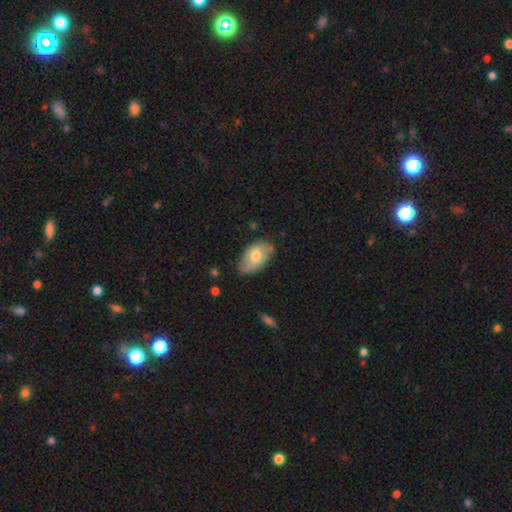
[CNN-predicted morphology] Smooth or featured? Predicted: smooth (p=0.63). How rounded? Predicted: in between (p=0.93). Merging? Predicted: none (p=0.63).